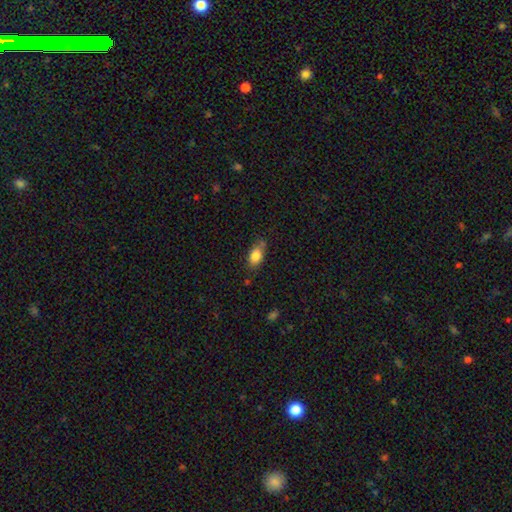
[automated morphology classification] Smooth or featured: smooth — 82% (featured or disk — 10%)
How rounded: in between — 86% (round — 9%)
Merging: none — 66% (minor disturbance — 25%)